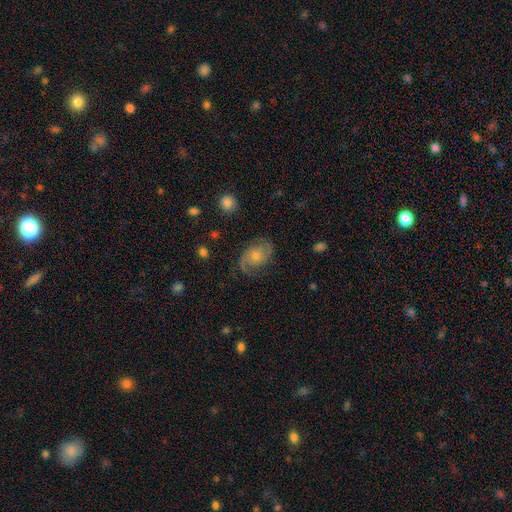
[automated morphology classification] Overall: featured or disk (77%). Edge-on disk: no (97%). Bar: no (73%). Spiral arms: yes (95%). Spiral arm count: 2 (81%). Spiral winding: medium (46%; tight 35%). Bulge size: moderate (50%; small 41%). Merging: none (77%).